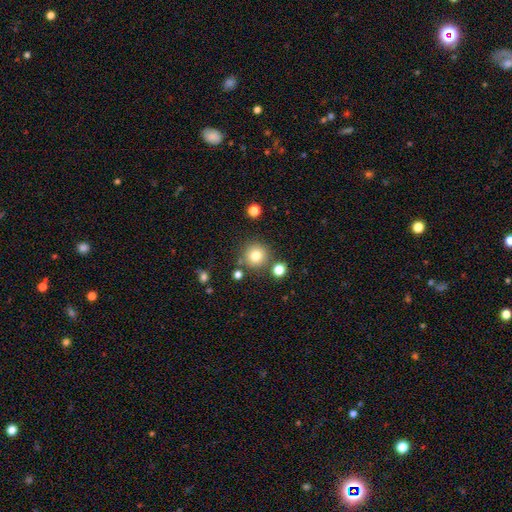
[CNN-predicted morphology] The model was most divided on "smooth or featured": smooth: 79%, star or artifact: 12%, featured or disk: 8%. More confident: how rounded — round (94%); merging — none (82%).